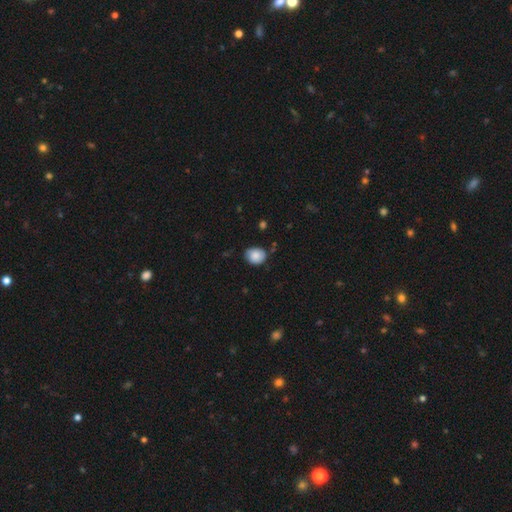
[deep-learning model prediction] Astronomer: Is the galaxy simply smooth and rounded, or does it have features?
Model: smooth — 86%.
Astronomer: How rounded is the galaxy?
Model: round — 66%.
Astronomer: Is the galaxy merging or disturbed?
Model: none — 75%.